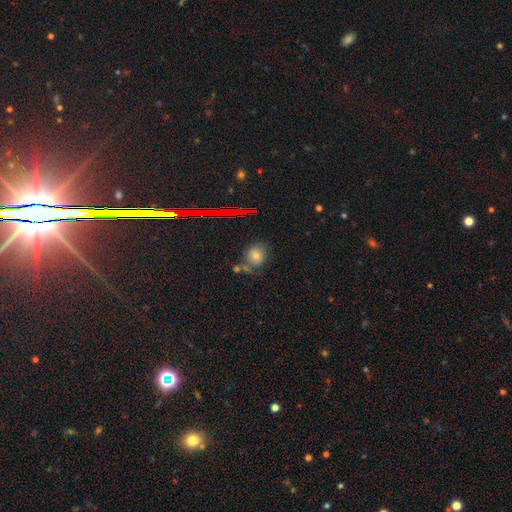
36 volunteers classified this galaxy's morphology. Smooth or featured? smooth (86%)
How rounded? round (81%)
Merging? none (57%)